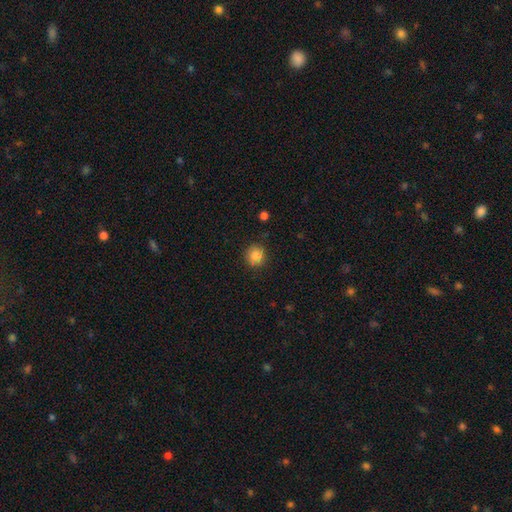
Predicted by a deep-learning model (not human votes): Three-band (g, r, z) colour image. It shows a smooth galaxy with no disk features (84%) that is round (89%). Merging: none (83%).